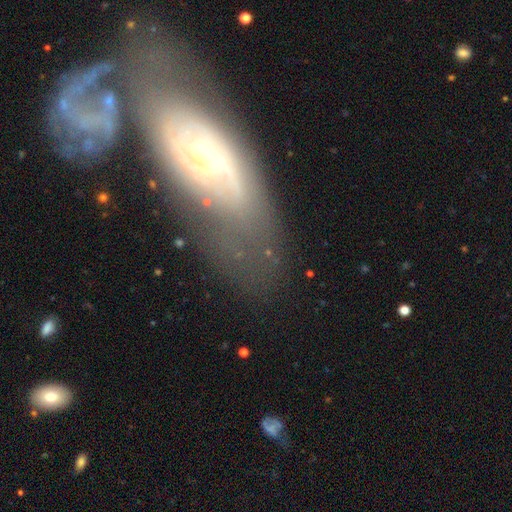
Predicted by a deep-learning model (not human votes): A featured or disk galaxy (72%) with no bar (68%), spiral arms (75%) and a small central bulge (69%). Merging: none (49%).